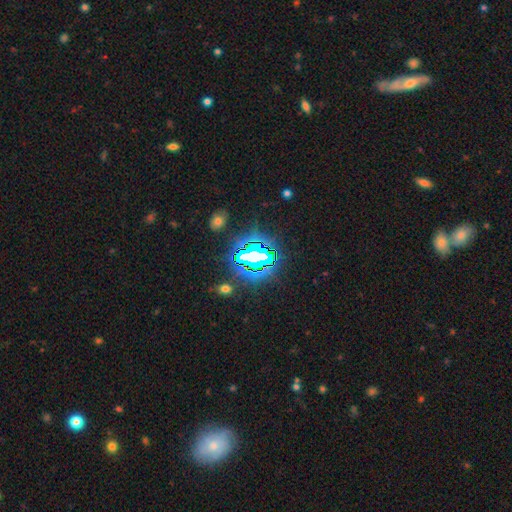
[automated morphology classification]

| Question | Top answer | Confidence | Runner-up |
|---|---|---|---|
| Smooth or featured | star or artifact | 74% | smooth (14%) |